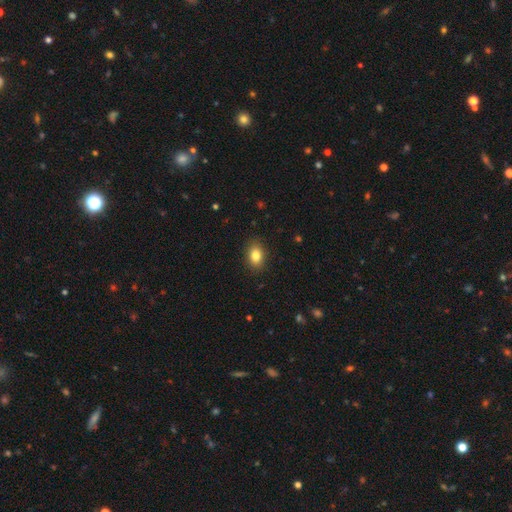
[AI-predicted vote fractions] Smooth or featured?
  - smooth: 84% *
  - star or artifact: 9%
  - featured or disk: 7%
How rounded?
  - in between: 75% *
  - round: 24%
  - cigar-shaped: 1%
Merging?
  - none: 88% *
  - minor disturbance: 9%
  - major disturbance: 2%
  - merger: 1%